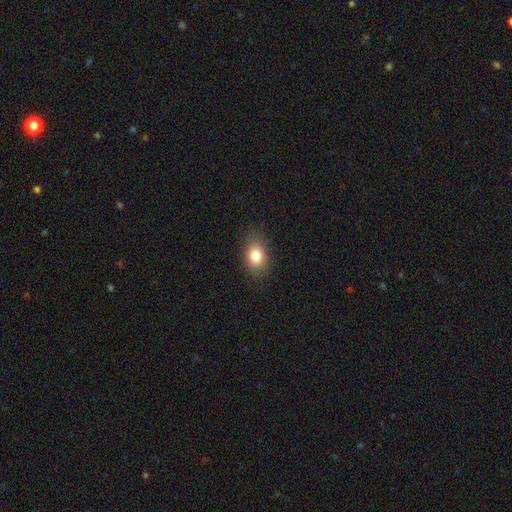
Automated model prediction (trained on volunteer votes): smooth-or-featured: smooth: 81% | star or artifact: 10% | featured or disk: 9%
  how-rounded: in between: 77% | round: 21% | cigar-shaped: 2%
  merging: none: 84% | minor disturbance: 11% | major disturbance: 3% | merger: 1%